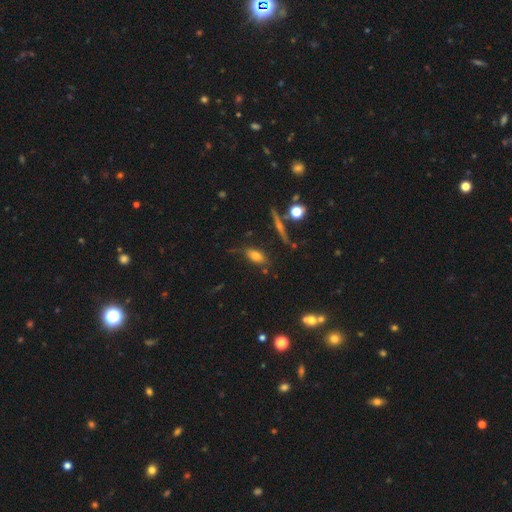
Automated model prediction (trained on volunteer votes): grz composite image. It shows a smooth galaxy with no disk features (68%) that is in between round and cigar-shaped (80%). Merging: none (71%).